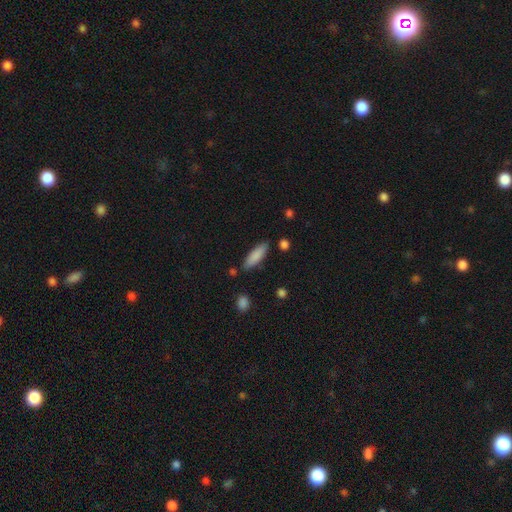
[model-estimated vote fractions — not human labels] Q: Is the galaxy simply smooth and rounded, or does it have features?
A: smooth — 85%.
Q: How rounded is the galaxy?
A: cigar-shaped — 55%.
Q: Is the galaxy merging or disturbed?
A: none — 82%.